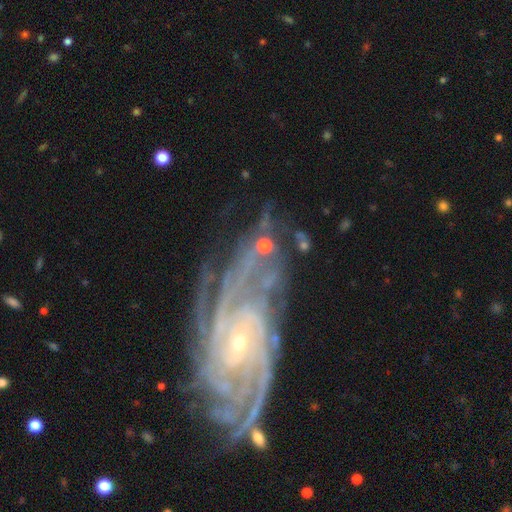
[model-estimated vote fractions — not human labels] smooth_or_featured: featured or disk (p=0.90) [alt: star or artifact p=0.06]
disk_edge_on: no (p=0.96) [alt: yes p=0.04]
bar: no (p=0.55) [alt: weak p=0.31]
has_spiral_arms: yes (p=0.98) [alt: no p=0.02]
spiral_winding: tight (p=0.72) [alt: medium p=0.23]
spiral_arm_count: 4 (p=0.25) [alt: more than 4 p=0.22]
bulge_size: small (p=0.84) [alt: moderate p=0.12]
merging: none (p=0.69) [alt: minor disturbance p=0.19]